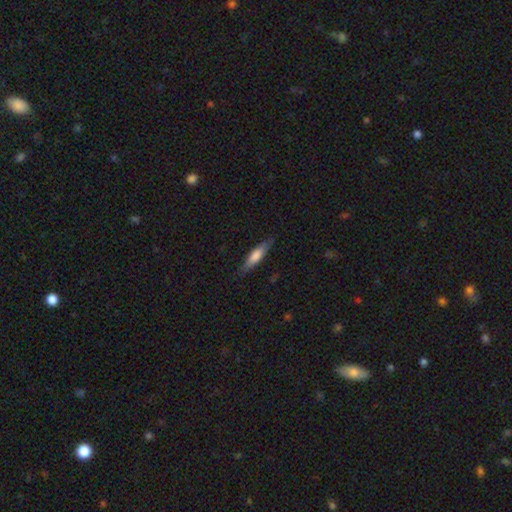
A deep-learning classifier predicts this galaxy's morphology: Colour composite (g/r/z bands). It shows a smooth galaxy with no disk features (66%) that is cigar-shaped (71%). Merging: none (83%).